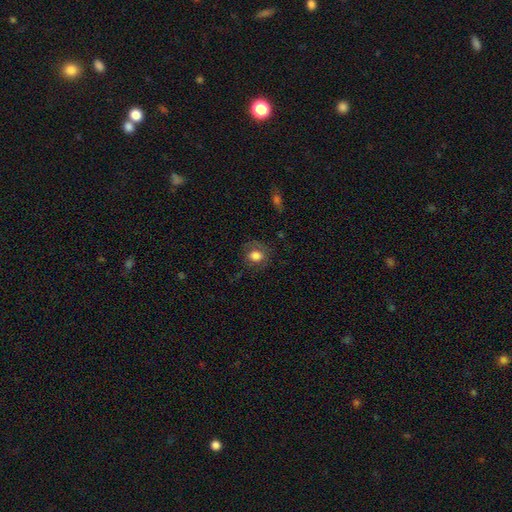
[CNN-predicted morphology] A smooth galaxy with no disk features (73%) that is round (62%).

Vote fractions:
- Smooth or featured? smooth: 73% / featured or disk: 17% / star or artifact: 10%
- How rounded? round: 62% / in between: 37% / cigar-shaped: 1%
- Merging? none: 65% / minor disturbance: 20% / major disturbance: 13% / merger: 2%